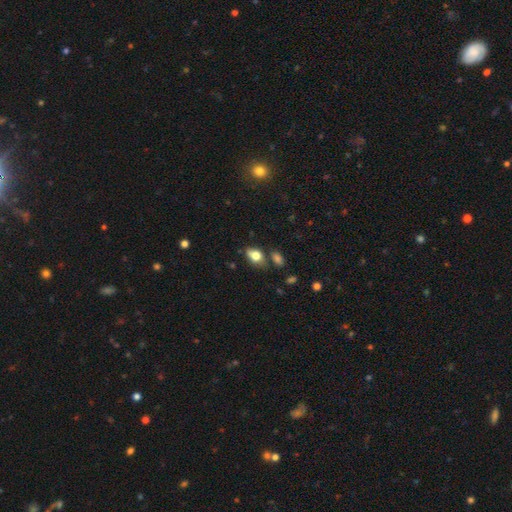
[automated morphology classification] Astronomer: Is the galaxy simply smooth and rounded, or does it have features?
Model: smooth — 77%.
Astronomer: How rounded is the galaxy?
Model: in between — 83%.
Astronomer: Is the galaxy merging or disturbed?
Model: none — 59%.